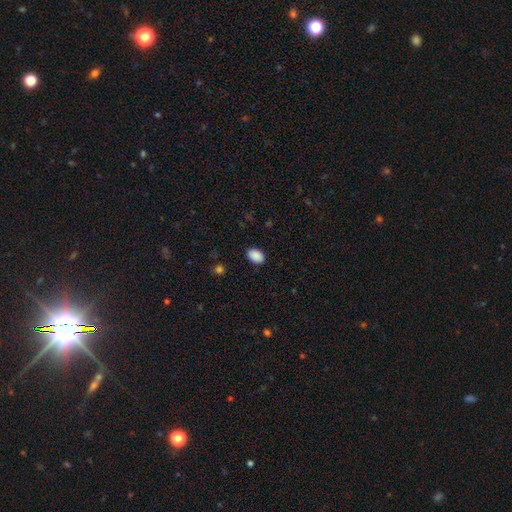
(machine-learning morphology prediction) The model was most divided on "how rounded": in between: 85%, round: 14%, cigar-shaped: 1%. More confident: smooth or featured — smooth (90%); merging — none (88%).